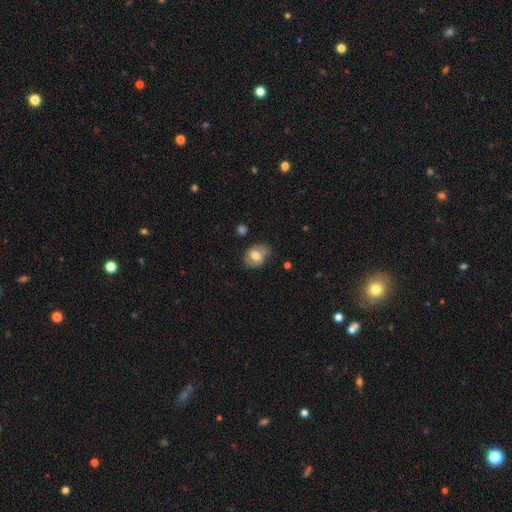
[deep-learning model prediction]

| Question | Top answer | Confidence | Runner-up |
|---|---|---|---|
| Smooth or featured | smooth | 59% | featured or disk (33%) |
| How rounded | in between | 62% | round (36%) |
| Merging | none | 68% | minor disturbance (23%) |